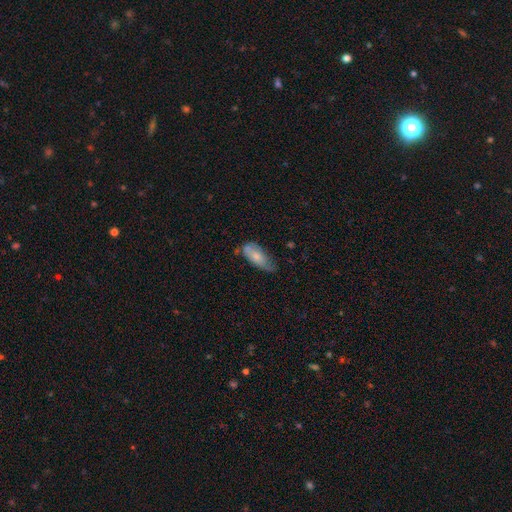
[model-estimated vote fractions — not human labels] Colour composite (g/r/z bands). It shows a smooth galaxy with no disk features (65%) that is in between round and cigar-shaped (82%). Merging: none (42%).